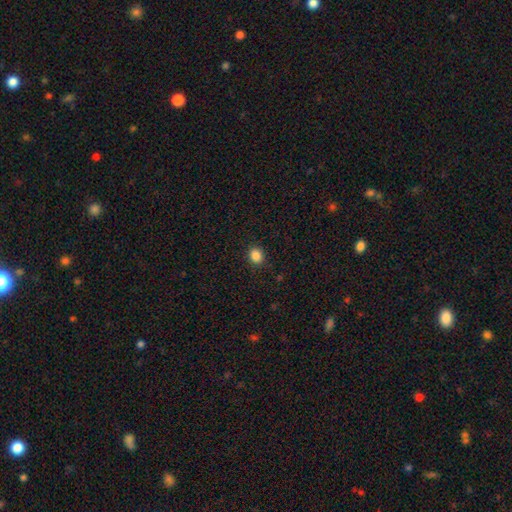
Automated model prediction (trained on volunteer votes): This appears to be a smooth galaxy with no disk features (86%) that is round (65%). Merging: none (90%).